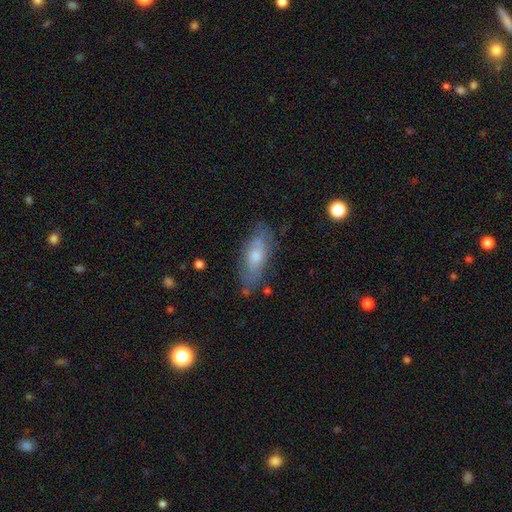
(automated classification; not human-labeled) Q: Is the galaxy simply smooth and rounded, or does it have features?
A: smooth — 50%.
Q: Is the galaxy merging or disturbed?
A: none — 69%.